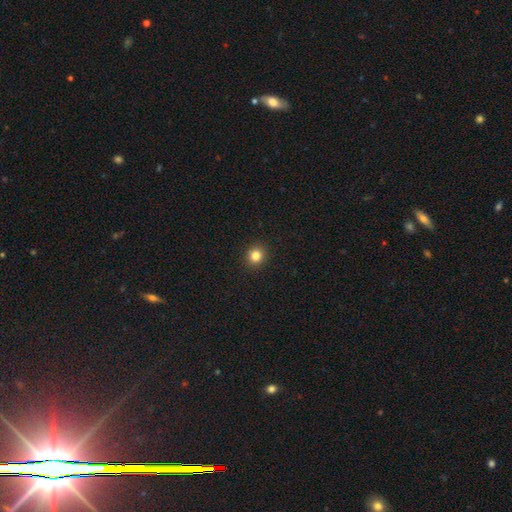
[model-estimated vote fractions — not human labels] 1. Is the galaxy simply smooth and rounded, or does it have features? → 83% smooth, 12% star or artifact, 5% featured or disk.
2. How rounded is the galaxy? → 89% round, 10% in between, 1% cigar-shaped.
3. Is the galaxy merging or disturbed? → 93% none, 5% minor disturbance, 2% major disturbance, 1% merger.